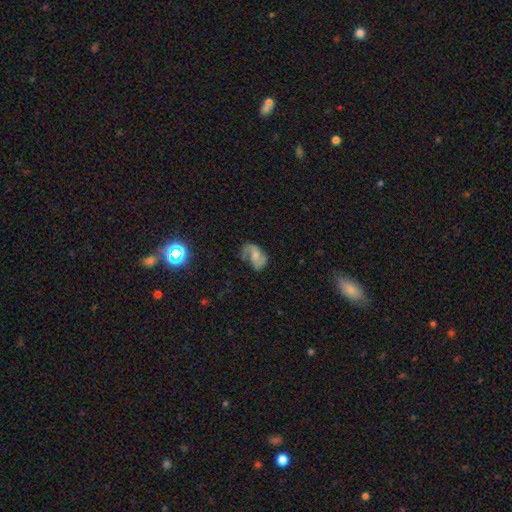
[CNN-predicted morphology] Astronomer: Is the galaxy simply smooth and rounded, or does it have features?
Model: featured or disk — 76%.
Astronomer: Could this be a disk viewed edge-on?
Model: no — 98%.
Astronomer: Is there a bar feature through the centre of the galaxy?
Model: no — 48% (runner-up: weak, 42%).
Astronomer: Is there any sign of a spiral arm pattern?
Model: yes — 93%.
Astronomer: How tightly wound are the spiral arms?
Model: medium — 46% (runner-up: loose, 39%).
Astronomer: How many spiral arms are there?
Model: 2 — 80%.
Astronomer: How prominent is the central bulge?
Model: moderate — 35% (runner-up: small, 34%).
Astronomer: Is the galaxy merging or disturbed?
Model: none — 57%.